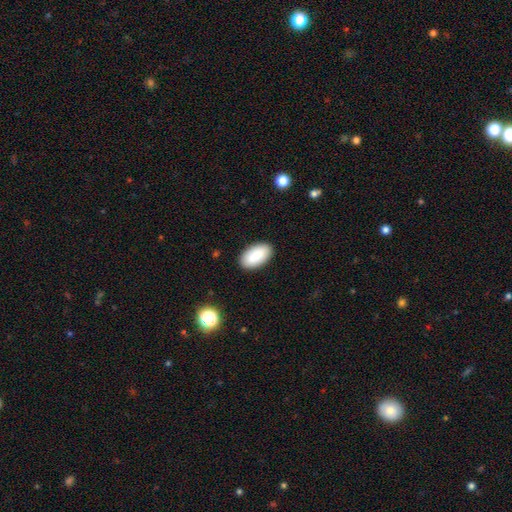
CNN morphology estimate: A smooth galaxy with no disk features (90%) that is in between round and cigar-shaped (96%).

Vote fractions:
- Smooth or featured? smooth: 90% / star or artifact: 6% / featured or disk: 4%
- How rounded? in between: 96% / round: 3% / cigar-shaped: 2%
- Merging? none: 89% / minor disturbance: 8% / major disturbance: 2% / merger: 1%